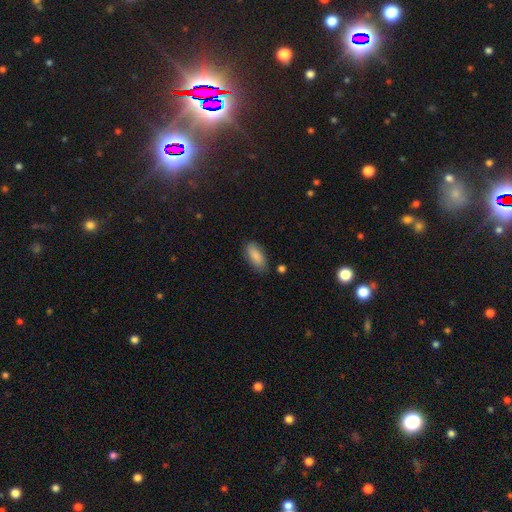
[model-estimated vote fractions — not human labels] Overall: smooth (87%). How rounded: in between (88%). Merging: none (82%).